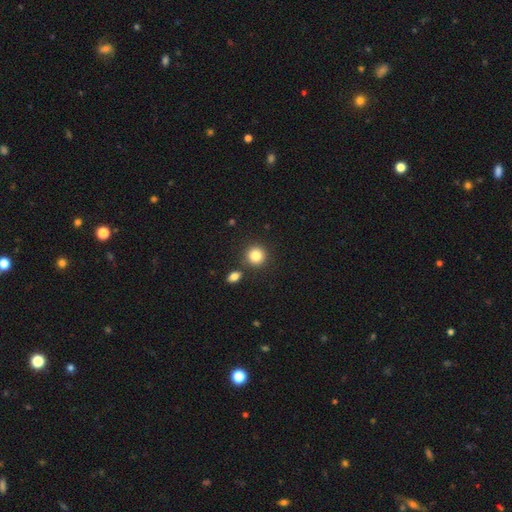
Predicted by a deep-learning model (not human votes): A smooth galaxy with no disk features (84%) that is round (91%). Merging: none (82%).